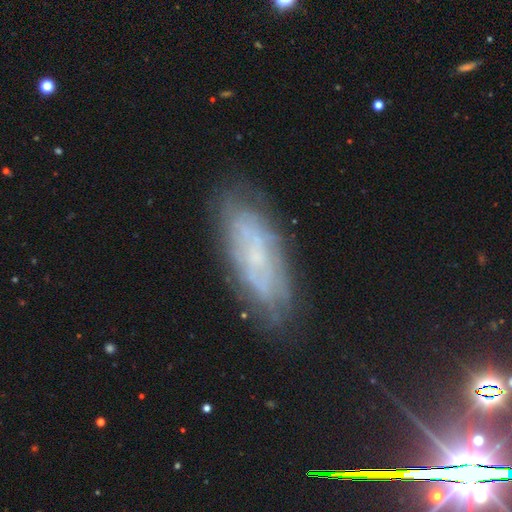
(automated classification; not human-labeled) Smooth or featured? Predicted: featured or disk (p=0.60). Edge-on disk? Predicted: no (p=0.82). Merging? Predicted: none (p=0.76).